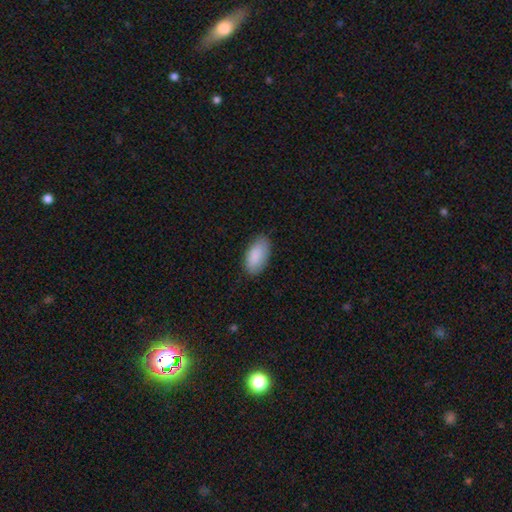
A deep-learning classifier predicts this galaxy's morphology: Smooth or featured: smooth — 89% (star or artifact — 6%)
How rounded: in between — 94% (cigar-shaped — 4%)
Merging: none — 82% (minor disturbance — 15%)